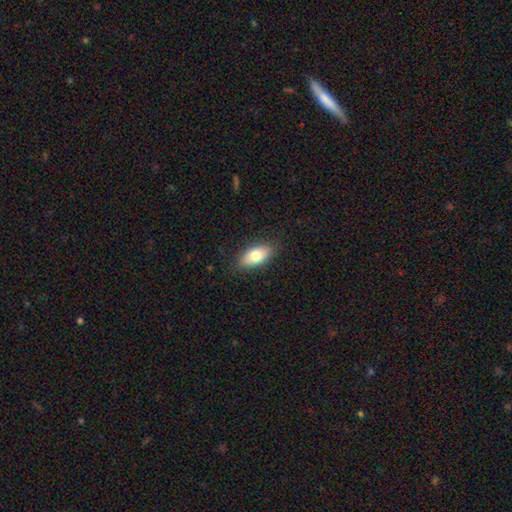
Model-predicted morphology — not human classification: Smooth or featured?
  - smooth: 76% *
  - featured or disk: 17%
  - star or artifact: 7%
How rounded?
  - in between: 88% *
  - cigar-shaped: 8%
  - round: 4%
Merging?
  - none: 85% *
  - minor disturbance: 11%
  - major disturbance: 2%
  - merger: 1%